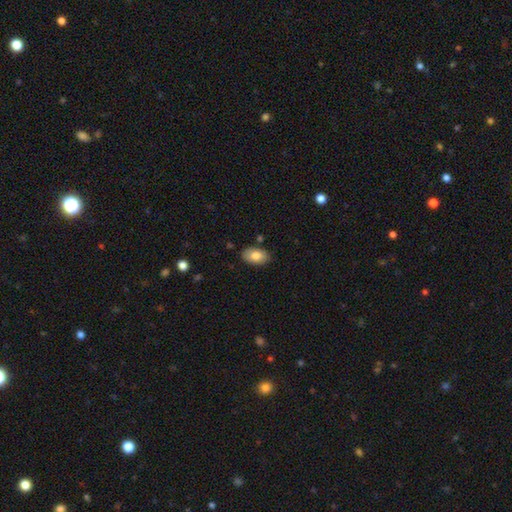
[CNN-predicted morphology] type=smooth (80%); roundness=in between (93%); merging=none (85%).